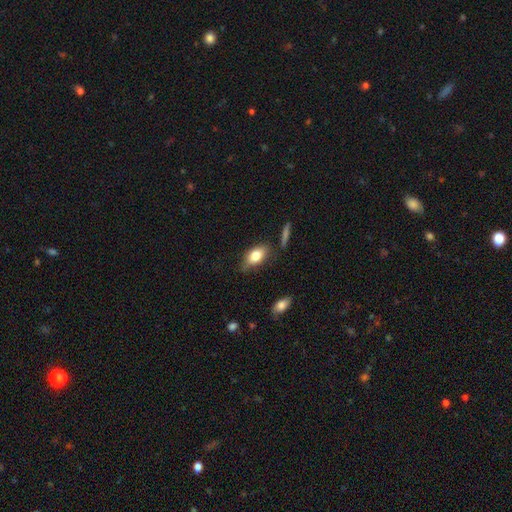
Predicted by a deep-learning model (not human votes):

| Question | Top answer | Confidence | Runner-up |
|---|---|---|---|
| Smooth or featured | smooth | 77% | featured or disk (15%) |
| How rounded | in between | 87% | round (7%) |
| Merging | none | 69% | minor disturbance (21%) |